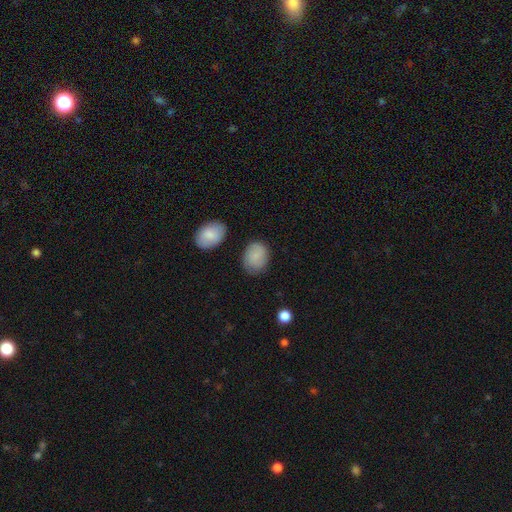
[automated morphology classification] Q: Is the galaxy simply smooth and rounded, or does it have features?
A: smooth — 84%.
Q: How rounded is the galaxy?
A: in between — 63%.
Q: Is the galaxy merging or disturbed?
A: none — 76%.